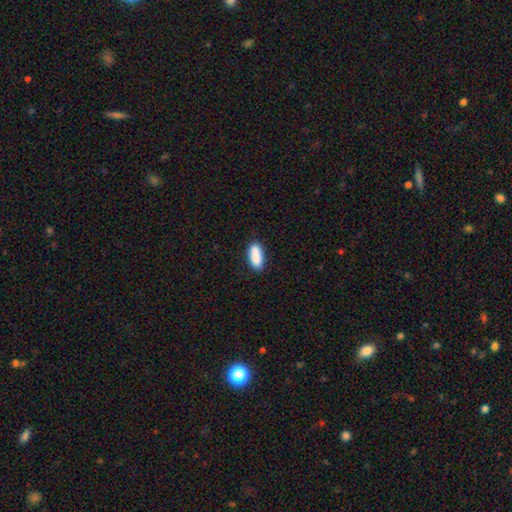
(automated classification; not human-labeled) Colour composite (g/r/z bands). It shows a smooth galaxy with no disk features (88%) that is in between round and cigar-shaped (74%). Merging: none (83%).